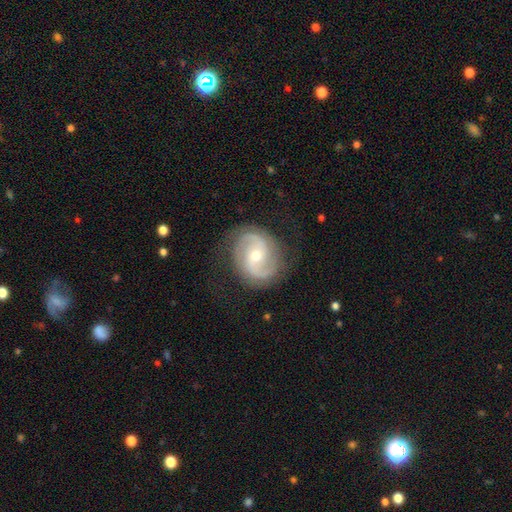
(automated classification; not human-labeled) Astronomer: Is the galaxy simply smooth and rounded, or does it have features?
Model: featured or disk — 89%.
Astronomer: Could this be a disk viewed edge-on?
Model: no — 98%.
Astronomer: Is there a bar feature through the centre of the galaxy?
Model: no — 50% (runner-up: weak, 38%).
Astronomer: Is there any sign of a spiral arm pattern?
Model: yes — 97%.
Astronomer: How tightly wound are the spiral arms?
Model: medium — 53% (runner-up: tight, 30%).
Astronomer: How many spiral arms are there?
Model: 2 — 91%.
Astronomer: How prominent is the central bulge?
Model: moderate — 54% (runner-up: small, 43%).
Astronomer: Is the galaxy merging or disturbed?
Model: none — 82%.